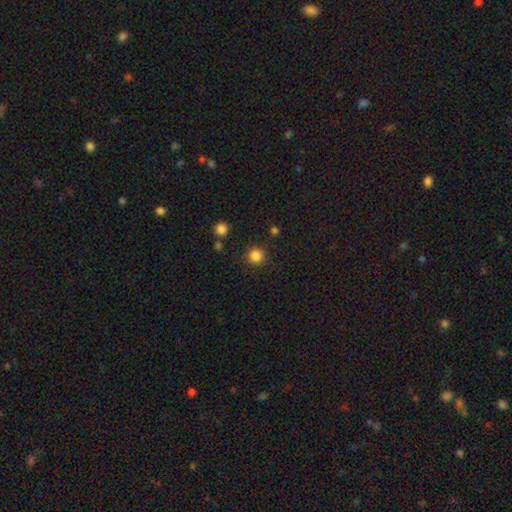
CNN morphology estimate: Q: Smooth or featured?
A: smooth (84%); runner-up: star or artifact (13%)
Q: How rounded?
A: round (94%); runner-up: in between (5%)
Q: Merging?
A: none (89%); runner-up: minor disturbance (6%)